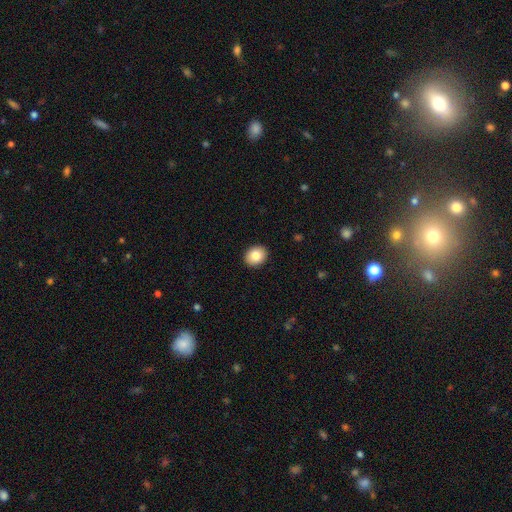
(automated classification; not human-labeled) This is clearly a smooth galaxy (84%). How rounded: likely round (62%). Merging: clearly none (92%).